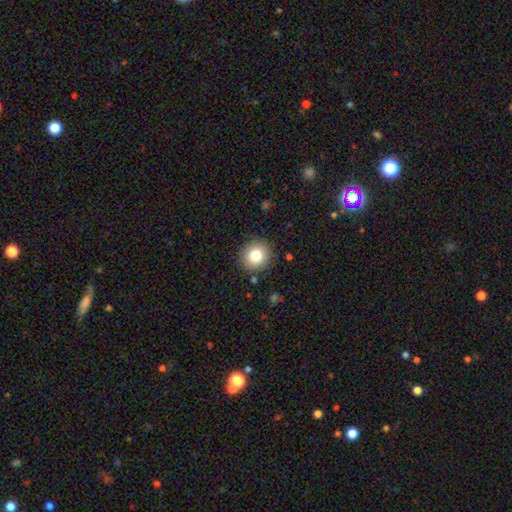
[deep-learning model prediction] Smooth or featured? Predicted: smooth (p=0.80). How rounded? Predicted: round (p=0.92). Merging? Predicted: none (p=0.90).